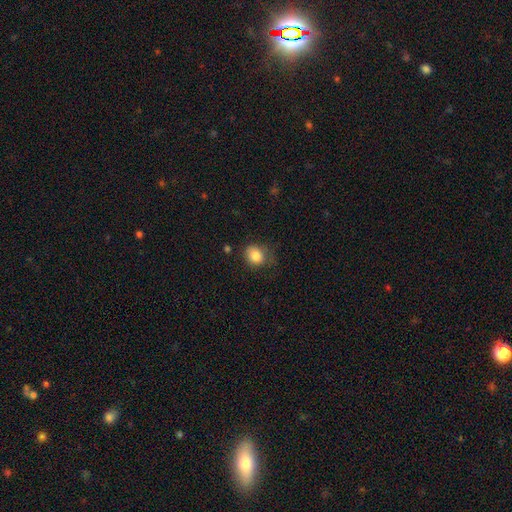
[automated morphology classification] This appears to be a smooth galaxy with no disk features (82%) that is round (60%). Merging: none (59%).